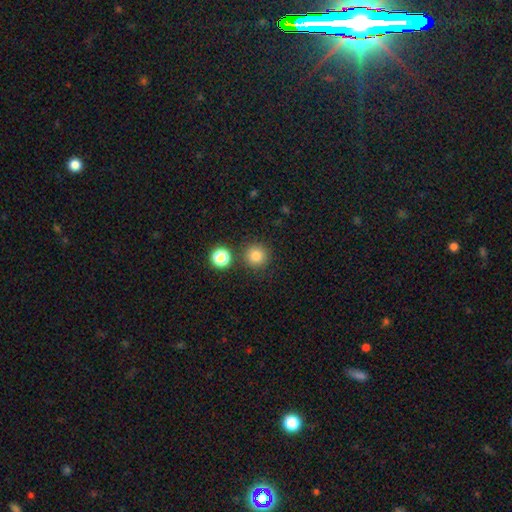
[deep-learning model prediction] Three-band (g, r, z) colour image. It shows a smooth galaxy with no disk features (81%) that is round (95%). Merging: none (85%).